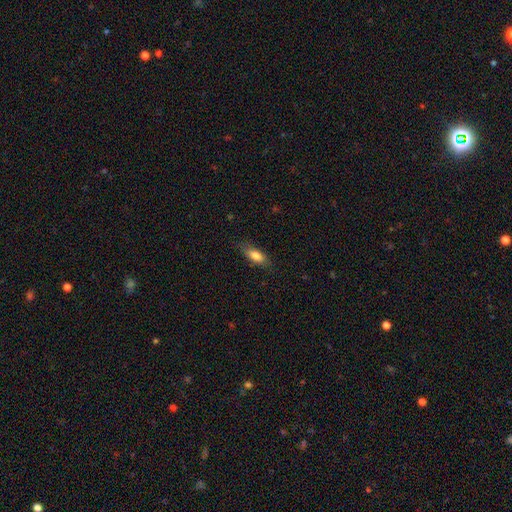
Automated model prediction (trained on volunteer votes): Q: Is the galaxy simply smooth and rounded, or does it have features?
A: smooth — 77%.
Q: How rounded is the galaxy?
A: in between — 72%.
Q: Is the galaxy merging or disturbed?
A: none — 79%.